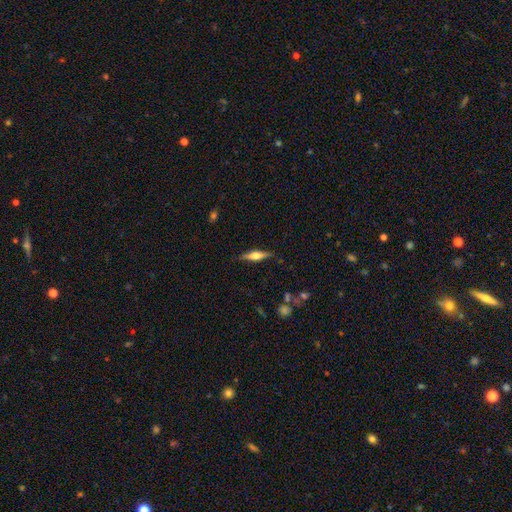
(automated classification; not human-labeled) Q: Smooth or featured?
A: featured or disk (62%); runner-up: smooth (32%)
Q: Edge-on disk?
A: yes (96%); runner-up: no (4%)
Q: Edge-on bulge?
A: rounded (88%); runner-up: boxy (10%)
Q: Merging?
A: none (87%); runner-up: minor disturbance (10%)